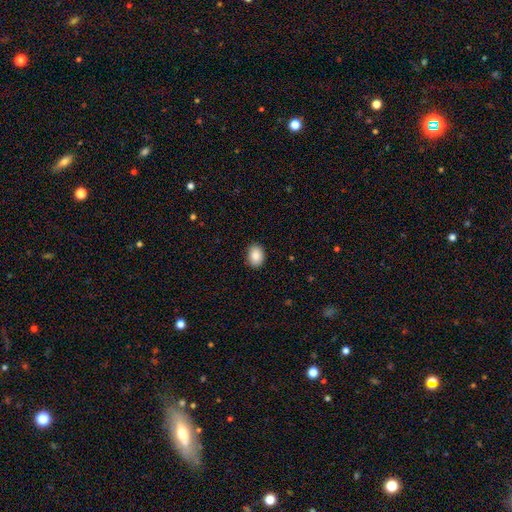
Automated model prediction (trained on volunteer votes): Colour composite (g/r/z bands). It shows a smooth galaxy with no disk features (88%) that is in between round and cigar-shaped (72%). Merging: none (89%).